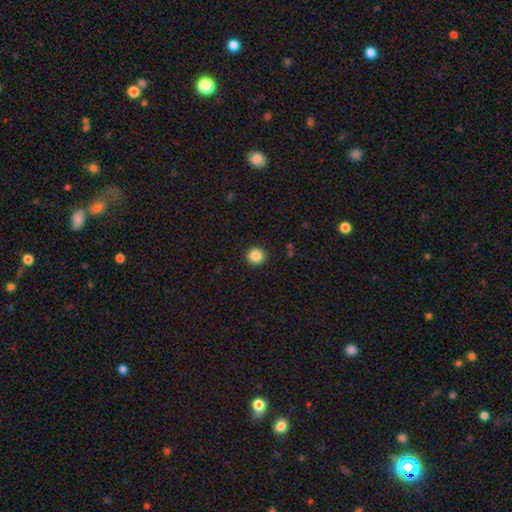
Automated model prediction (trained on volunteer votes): Q: Smooth or featured?
A: smooth (86%); runner-up: star or artifact (10%)
Q: How rounded?
A: round (94%); runner-up: in between (5%)
Q: Merging?
A: none (92%); runner-up: minor disturbance (5%)